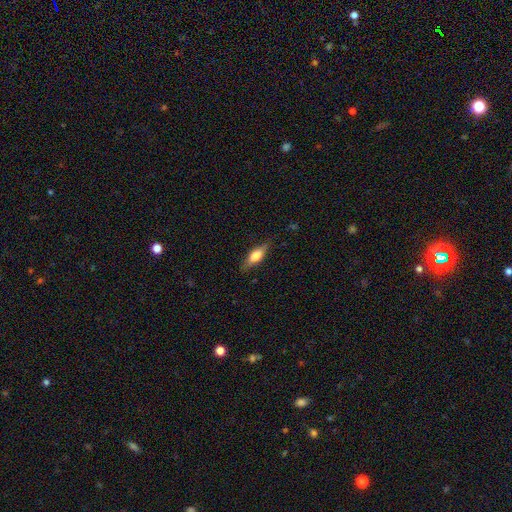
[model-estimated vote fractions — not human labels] This appears to be a smooth galaxy with no disk features (55%) that is in between round and cigar-shaped (56%). Merging: none (81%).